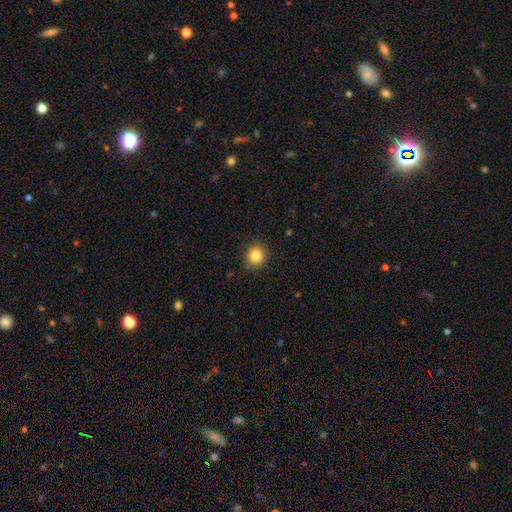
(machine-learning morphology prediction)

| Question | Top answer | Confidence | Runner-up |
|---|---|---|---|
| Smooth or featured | smooth | 85% | star or artifact (10%) |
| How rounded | round | 88% | in between (11%) |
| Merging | none | 88% | minor disturbance (9%) |